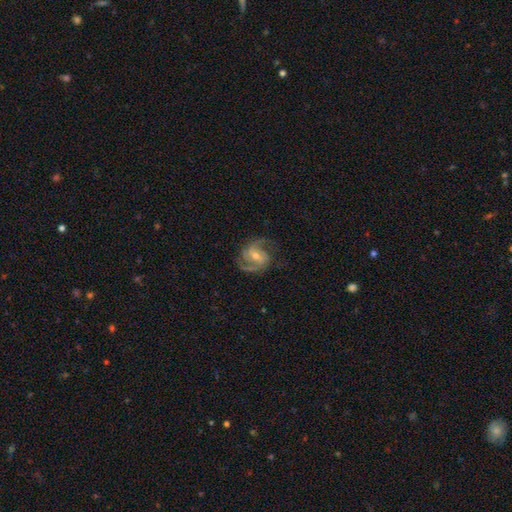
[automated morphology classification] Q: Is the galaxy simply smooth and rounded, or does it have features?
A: featured or disk — 89%.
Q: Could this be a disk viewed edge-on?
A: no — 98%.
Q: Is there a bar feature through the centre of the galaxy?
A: weak — 45%.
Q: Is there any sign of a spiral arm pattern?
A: yes — 97%.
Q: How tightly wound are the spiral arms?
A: medium — 55%.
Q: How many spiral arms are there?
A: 2 — 71%.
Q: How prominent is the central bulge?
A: moderate — 52%.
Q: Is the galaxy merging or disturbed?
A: none — 75%.